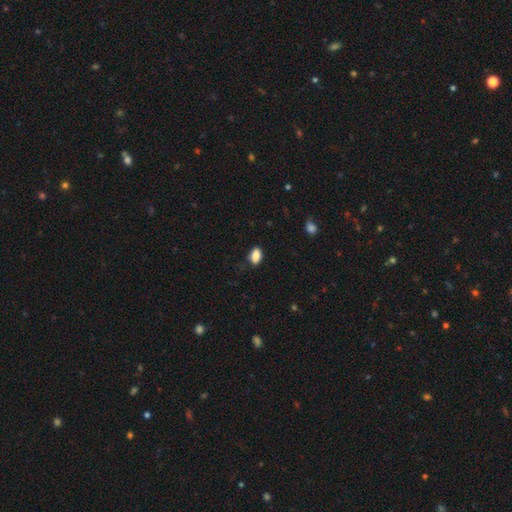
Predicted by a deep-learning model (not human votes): Smooth or featured: smooth — 87% (star or artifact — 8%)
How rounded: in between — 89% (round — 8%)
Merging: none — 77% (minor disturbance — 18%)